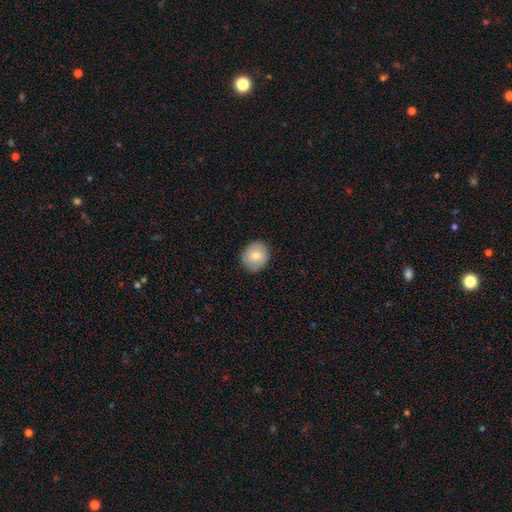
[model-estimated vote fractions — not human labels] Morphology: type=smooth (76%); roundness=round (80%); merging=none (87%).